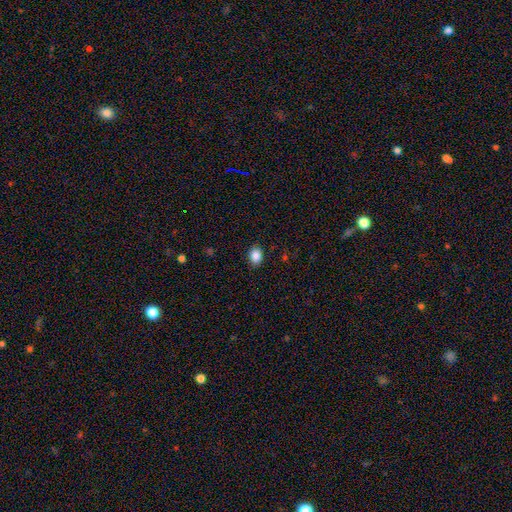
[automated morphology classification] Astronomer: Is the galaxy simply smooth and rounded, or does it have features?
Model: smooth — 87%.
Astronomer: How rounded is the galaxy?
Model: in between — 65%.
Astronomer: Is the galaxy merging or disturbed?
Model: none — 88%.